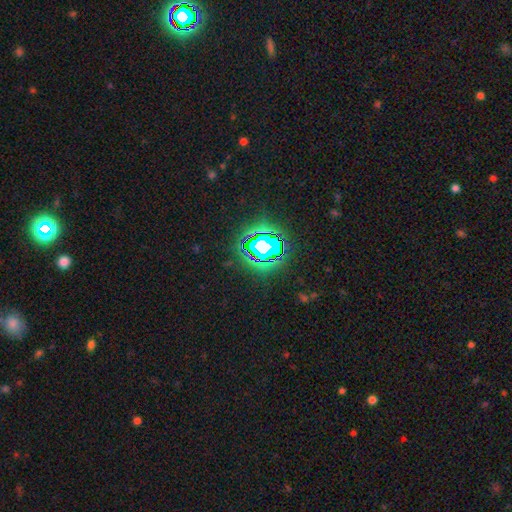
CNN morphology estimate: star or artifact 83%, smooth 11%, featured or disk 6%.